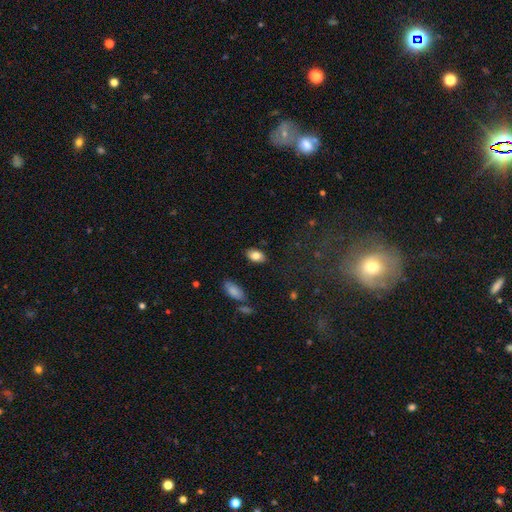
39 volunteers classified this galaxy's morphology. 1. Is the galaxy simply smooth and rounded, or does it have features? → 79% smooth, 10% featured or disk, 10% star or artifact.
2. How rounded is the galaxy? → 94% in between, 6% round, 0% cigar-shaped.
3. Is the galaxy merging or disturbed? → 86% none, 9% minor disturbance, 3% major disturbance, 3% merger.